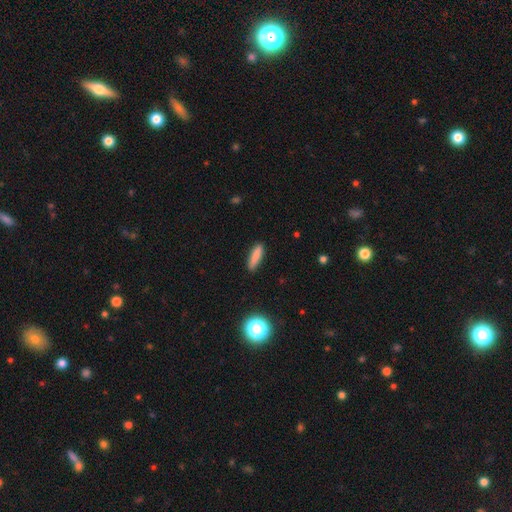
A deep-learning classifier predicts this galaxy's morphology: smooth-or-featured: smooth: 84% | star or artifact: 9% | featured or disk: 7%
  how-rounded: cigar-shaped: 70% | in between: 27% | round: 2%
  merging: none: 86% | minor disturbance: 11% | major disturbance: 2% | merger: 1%